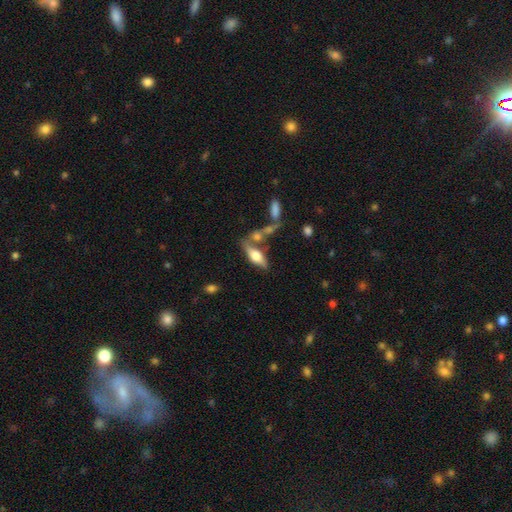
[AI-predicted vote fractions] smooth-or-featured: smooth: 52% | featured or disk: 41% | star or artifact: 7%
  how-rounded: in between: 64% | cigar-shaped: 32% | round: 3%
  merging: none: 51% | merger: 26% | minor disturbance: 15% | major disturbance: 7%